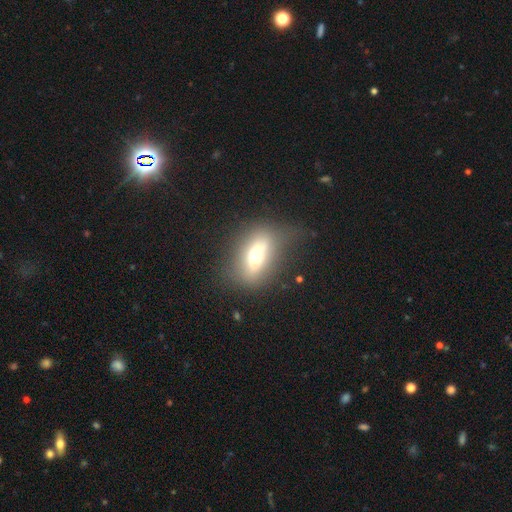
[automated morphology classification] Overall: smooth (52%; featured or disk 37%). How rounded: in between (70%). Merging: none (58%; minor disturbance 21%).